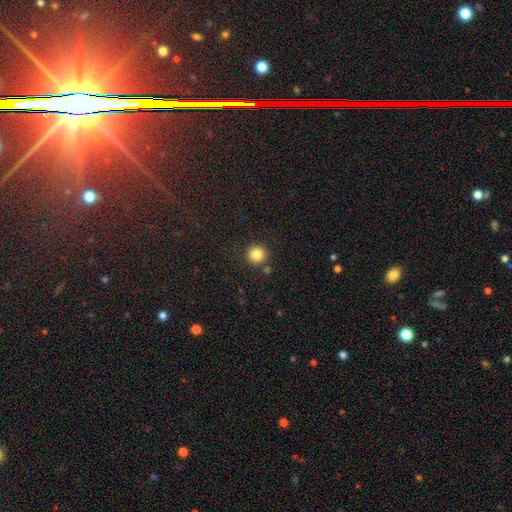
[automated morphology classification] This appears to be a smooth galaxy with no disk features (83%) that is round (93%). Merging: none (87%).